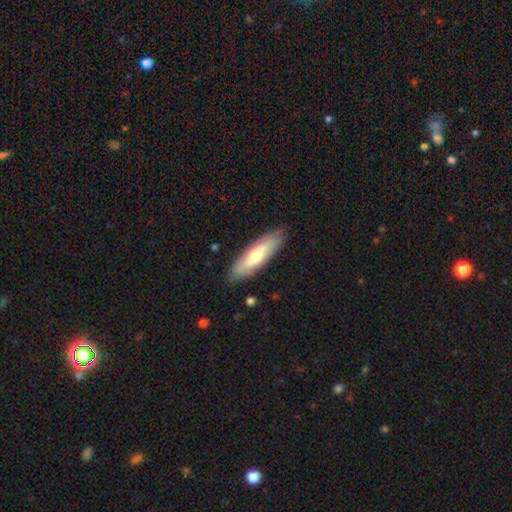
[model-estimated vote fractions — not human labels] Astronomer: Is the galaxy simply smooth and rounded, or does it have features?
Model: smooth — 63%.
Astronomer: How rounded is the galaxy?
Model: cigar-shaped — 60% (runner-up: in between, 38%).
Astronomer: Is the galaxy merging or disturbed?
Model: none — 87%.